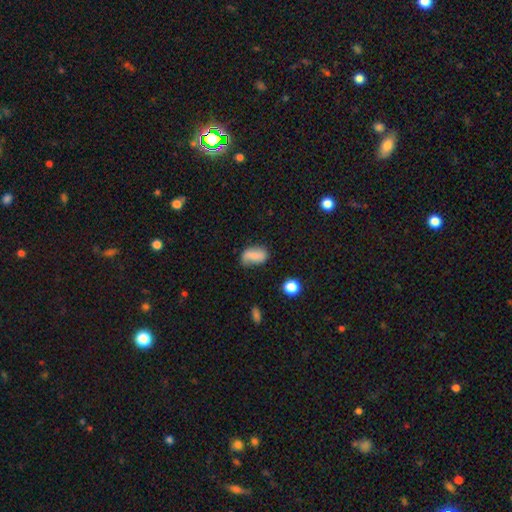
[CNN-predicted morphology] Smooth or featured? smooth (74%)
How rounded? in between (88%)
Merging? none (55%)